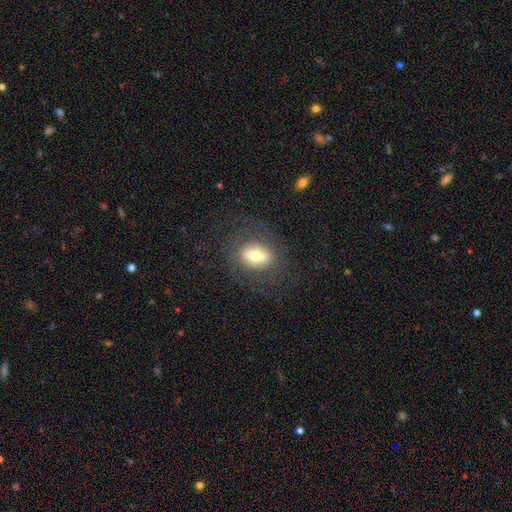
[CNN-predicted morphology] A smooth galaxy with no disk features (46%). Merging: none (77%).